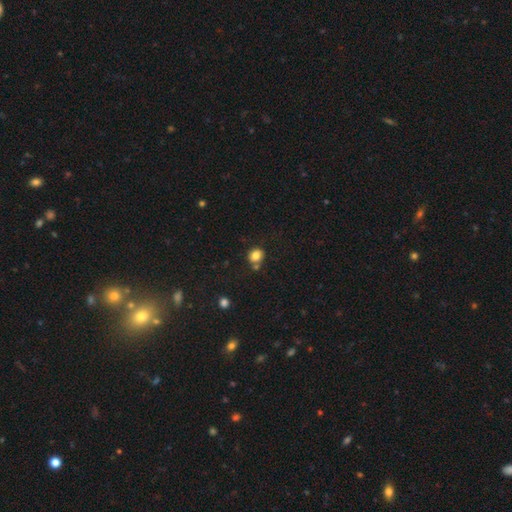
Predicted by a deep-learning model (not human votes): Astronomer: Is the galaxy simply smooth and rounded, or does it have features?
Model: smooth — 80%.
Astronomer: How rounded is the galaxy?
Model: round — 75%.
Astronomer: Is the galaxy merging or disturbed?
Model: none — 67%.